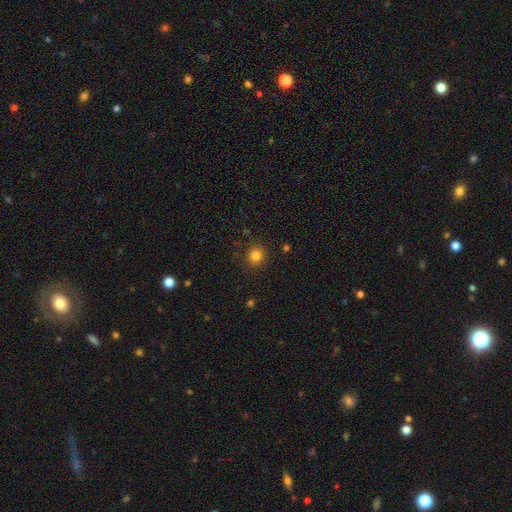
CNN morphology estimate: smooth_or_featured: smooth (p=0.83) [alt: star or artifact p=0.13]
how_rounded: round (p=0.90) [alt: in between p=0.09]
merging: none (p=0.89) [alt: minor disturbance p=0.07]